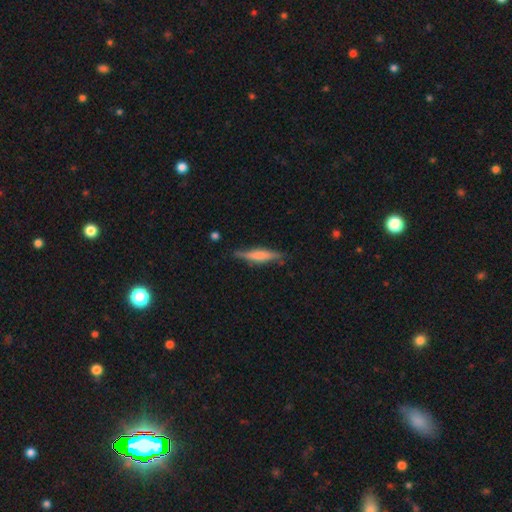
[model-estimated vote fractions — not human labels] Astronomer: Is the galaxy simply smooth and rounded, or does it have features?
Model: featured or disk — 54% (runner-up: smooth, 38%).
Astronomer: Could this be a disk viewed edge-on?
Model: yes — 95%.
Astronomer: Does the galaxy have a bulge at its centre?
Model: rounded — 49% (runner-up: boxy, 31%).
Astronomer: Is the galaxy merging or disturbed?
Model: none — 82%.